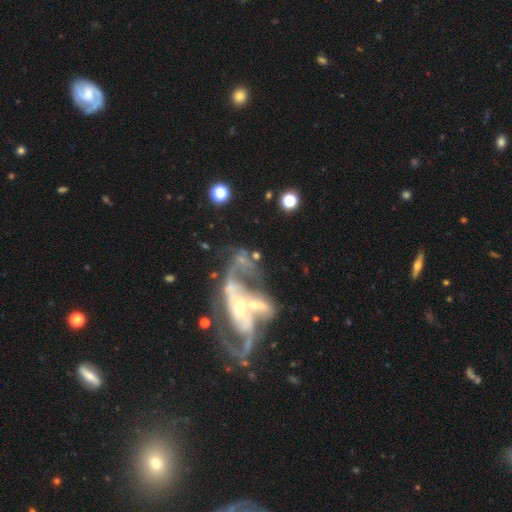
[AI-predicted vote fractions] This is clearly a featured or disk galaxy (81%). It is clearly not viewed edge-on (93%). Bar: possibly no (52%). Spiral arm pattern: likely yes (80%). Spiral arm count: marginally 2 (43%). Spiral winding: possibly loose (55%). Central bulge: possibly small (47%). Merging: marginally merger (43%).